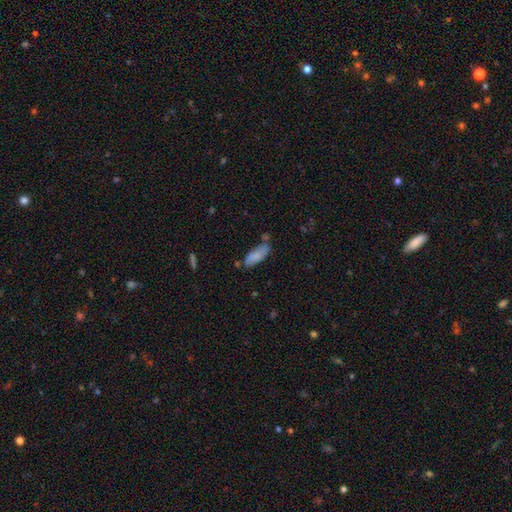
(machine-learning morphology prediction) Smooth or featured?
  - smooth: 82% *
  - featured or disk: 11%
  - star or artifact: 7%
How rounded?
  - in between: 69% *
  - cigar-shaped: 30%
  - round: 2%
Merging?
  - none: 64% *
  - minor disturbance: 22%
  - merger: 10%
  - major disturbance: 5%